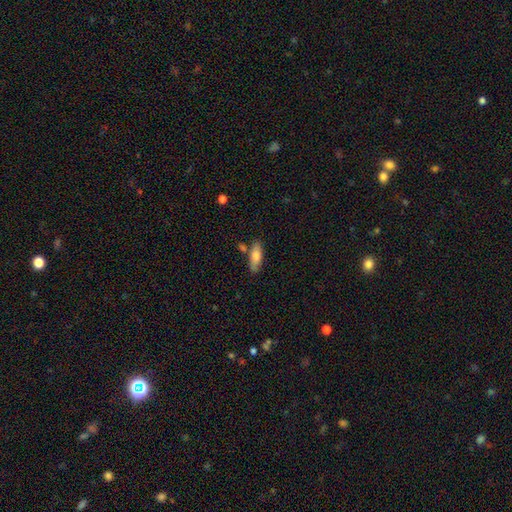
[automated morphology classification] This is likely a smooth galaxy (76%). How rounded: likely in between (62%). Merging: likely none (73%).